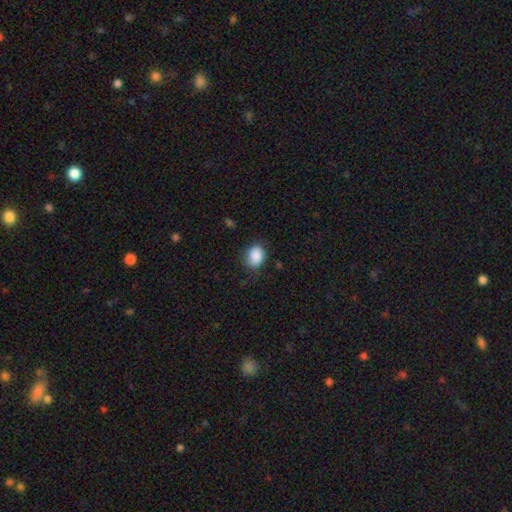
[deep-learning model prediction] A smooth galaxy with no disk features (88%) that is in between round and cigar-shaped (58%). Merging: none (73%).